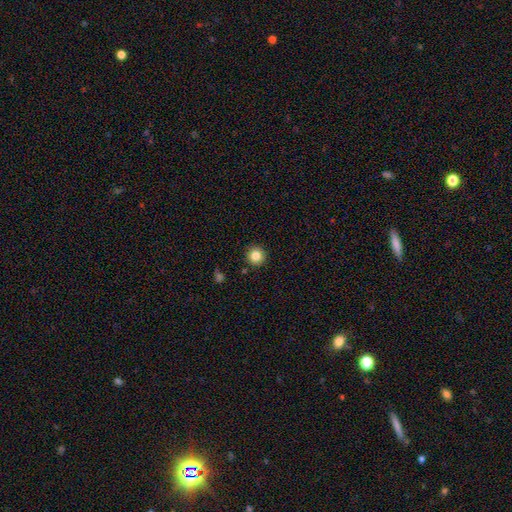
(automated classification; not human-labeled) Overall: smooth (84%). How rounded: round (95%). Merging: none (91%).